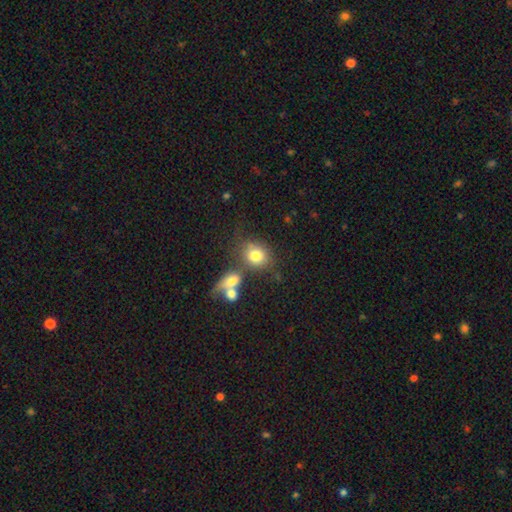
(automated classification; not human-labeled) A smooth galaxy with no disk features (77%) that is round (66%).

Vote fractions:
- Smooth or featured? smooth: 77% / featured or disk: 13% / star or artifact: 11%
- How rounded? round: 66% / in between: 32% / cigar-shaped: 1%
- Merging? none: 49% / merger: 30% / minor disturbance: 13% / major disturbance: 9%